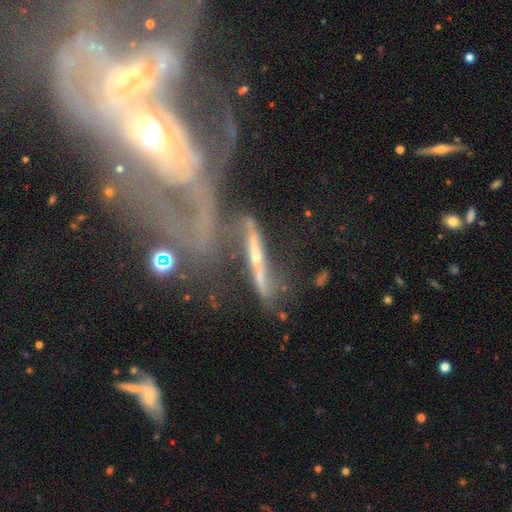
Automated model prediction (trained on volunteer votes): Smooth or featured? Predicted: featured or disk (p=0.69). Edge-on disk? Predicted: yes (p=0.53). Merging? Predicted: none (p=0.34).